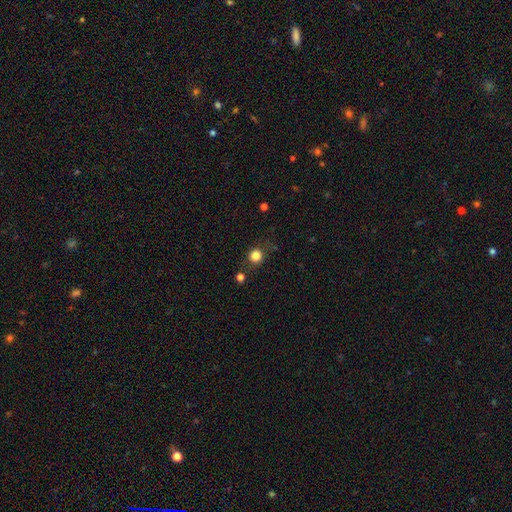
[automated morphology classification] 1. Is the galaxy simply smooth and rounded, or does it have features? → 82% smooth, 13% star or artifact, 5% featured or disk.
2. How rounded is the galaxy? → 91% round, 8% in between, 1% cigar-shaped.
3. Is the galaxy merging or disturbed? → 81% none, 11% minor disturbance, 4% major disturbance, 4% merger.